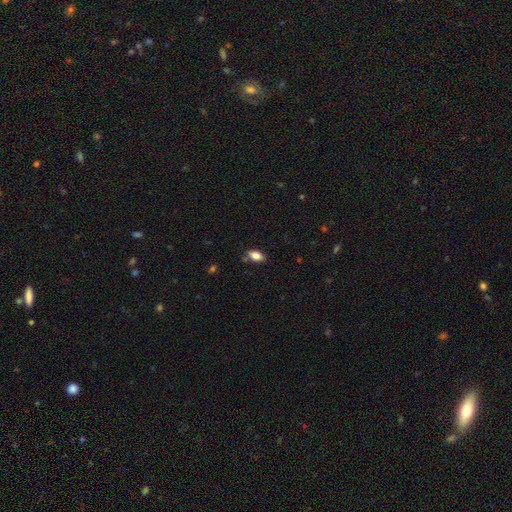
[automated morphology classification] Overall: smooth (83%). How rounded: in between (91%). Merging: none (80%).